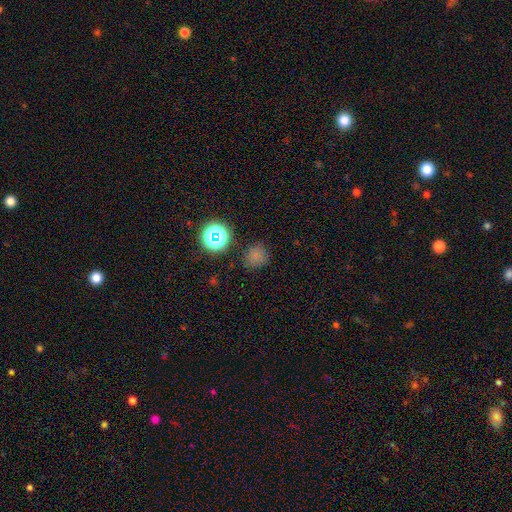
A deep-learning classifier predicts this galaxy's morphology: smooth 68%, star or artifact 25%, featured or disk 6%. Down the decision tree: how rounded — round (84%); merging — none (79%).